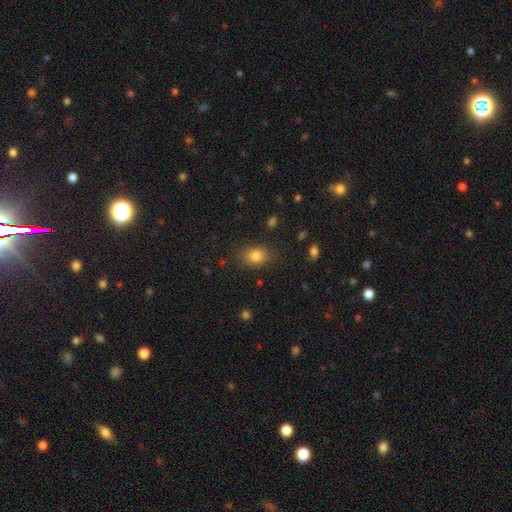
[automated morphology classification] smooth_or_featured: smooth (p=0.82) [alt: star or artifact p=0.11]
how_rounded: in between (p=0.61) [alt: round p=0.38]
merging: none (p=0.82) [alt: minor disturbance p=0.13]